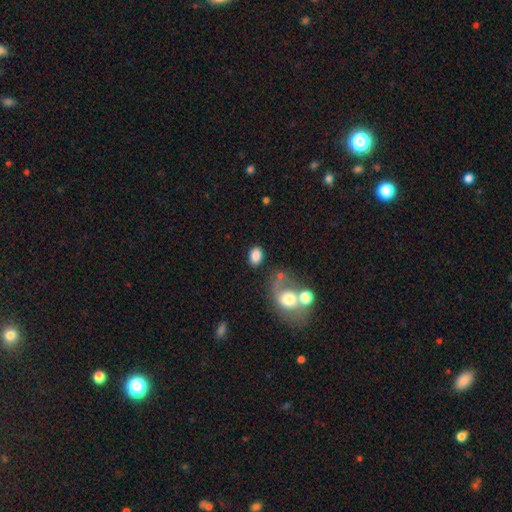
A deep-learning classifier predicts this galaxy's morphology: Smooth or featured? smooth (83%)
How rounded? in between (81%)
Merging? none (76%)